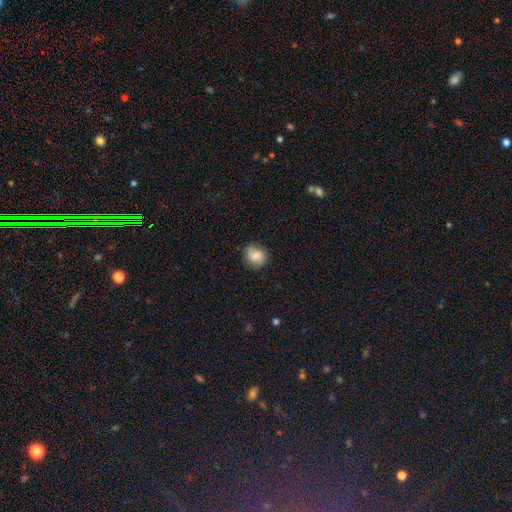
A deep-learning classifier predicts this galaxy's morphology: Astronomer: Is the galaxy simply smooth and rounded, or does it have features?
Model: smooth — 60%.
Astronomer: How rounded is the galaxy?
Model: round — 77%.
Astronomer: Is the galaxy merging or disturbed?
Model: none — 81%.